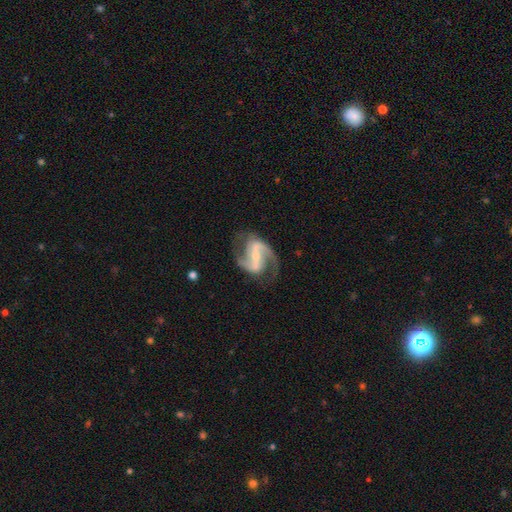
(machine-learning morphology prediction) This is clearly a featured or disk galaxy (91%). It is clearly not viewed edge-on (98%). Bar: possibly strong (57%). Spiral arm pattern: clearly yes (97%). Spiral arm count: clearly 2 (92%). Spiral winding: possibly medium (53%). Central bulge: possibly small (58%). Merging: likely none (74%).